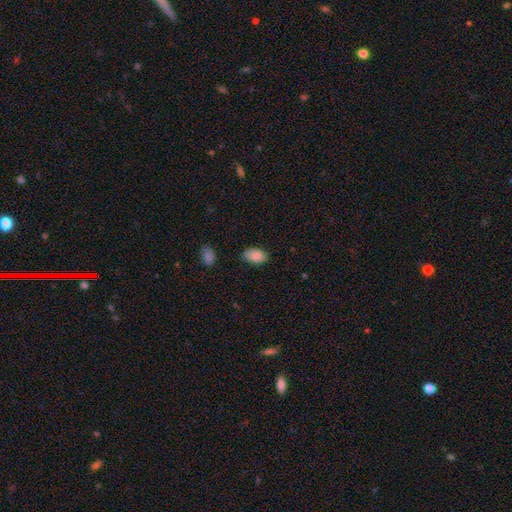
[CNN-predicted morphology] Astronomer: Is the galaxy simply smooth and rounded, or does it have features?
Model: smooth — 87%.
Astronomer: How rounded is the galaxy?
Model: in between — 90%.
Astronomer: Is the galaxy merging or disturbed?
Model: none — 74%.